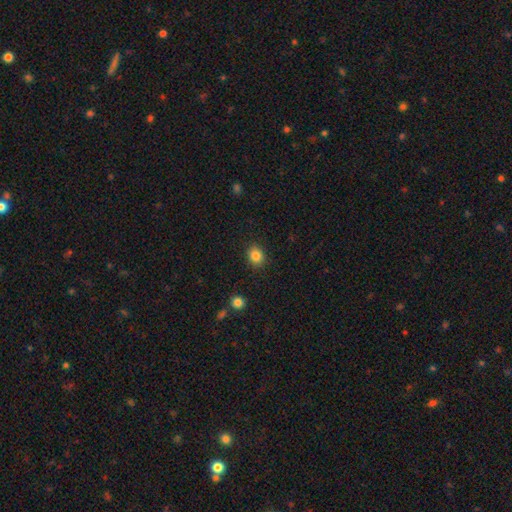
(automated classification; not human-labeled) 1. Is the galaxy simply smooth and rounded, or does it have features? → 85% smooth, 10% star or artifact, 5% featured or disk.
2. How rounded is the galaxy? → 62% round, 37% in between, 1% cigar-shaped.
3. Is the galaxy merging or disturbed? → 89% none, 8% minor disturbance, 2% major disturbance, 1% merger.